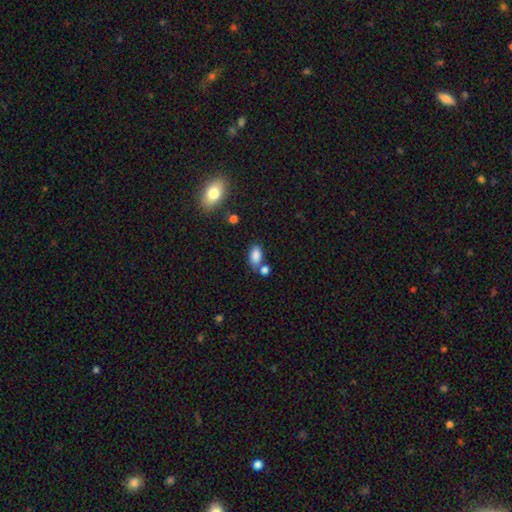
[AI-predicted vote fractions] A smooth galaxy with no disk features (85%) that is in between round and cigar-shaped (91%).

Vote fractions:
- Smooth or featured? smooth: 85% / star or artifact: 9% / featured or disk: 7%
- How rounded? in between: 91% / round: 6% / cigar-shaped: 3%
- Merging? none: 59% / merger: 21% / minor disturbance: 15% / major disturbance: 5%